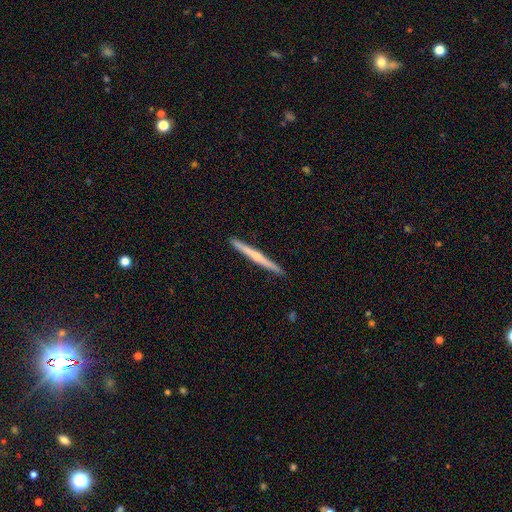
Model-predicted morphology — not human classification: This is likely a featured or disk galaxy (62%). It is clearly viewed edge-on (98%). Edge-on bulge: likely rounded (62%). Merging: clearly none (93%).